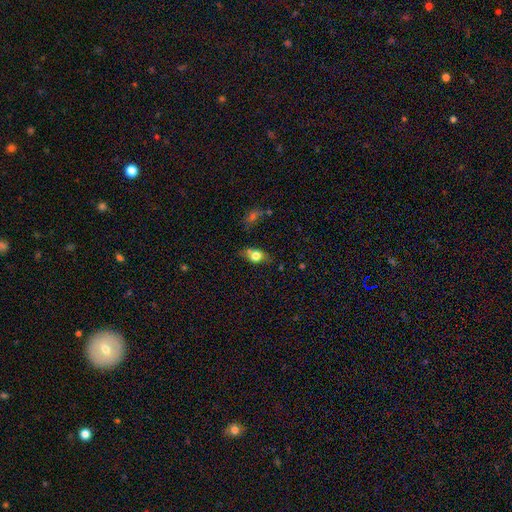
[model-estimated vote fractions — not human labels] Smooth or featured? smooth (73%)
How rounded? in between (64%)
Merging? none (56%)